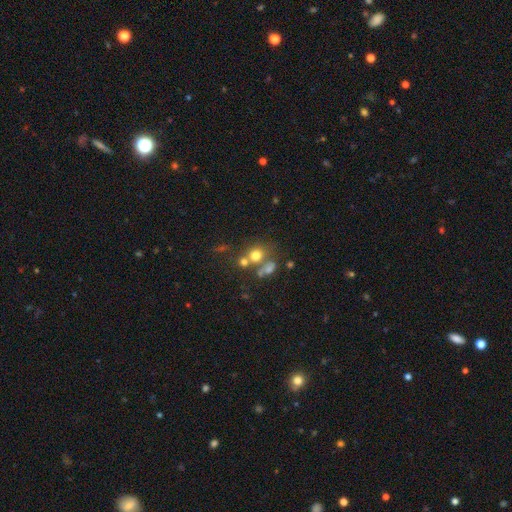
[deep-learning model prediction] Smooth or featured?
  - smooth: 67% *
  - star or artifact: 18%
  - featured or disk: 15%
How rounded?
  - round: 74% *
  - in between: 25%
  - cigar-shaped: 1%
Merging?
  - none: 48% *
  - merger: 33%
  - minor disturbance: 11%
  - major disturbance: 8%